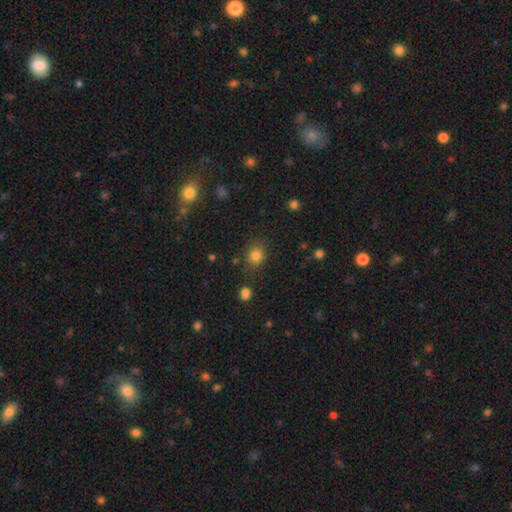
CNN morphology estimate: Smooth or featured? Predicted: smooth (p=0.81). How rounded? Predicted: round (p=0.68). Merging? Predicted: none (p=0.77).